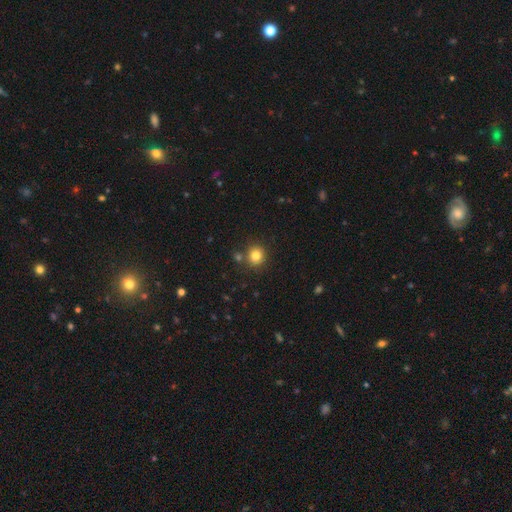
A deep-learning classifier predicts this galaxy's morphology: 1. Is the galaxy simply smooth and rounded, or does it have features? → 81% smooth, 12% star or artifact, 6% featured or disk.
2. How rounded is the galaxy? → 88% round, 11% in between, 1% cigar-shaped.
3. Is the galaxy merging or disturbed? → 81% none, 8% minor disturbance, 8% merger, 3% major disturbance.